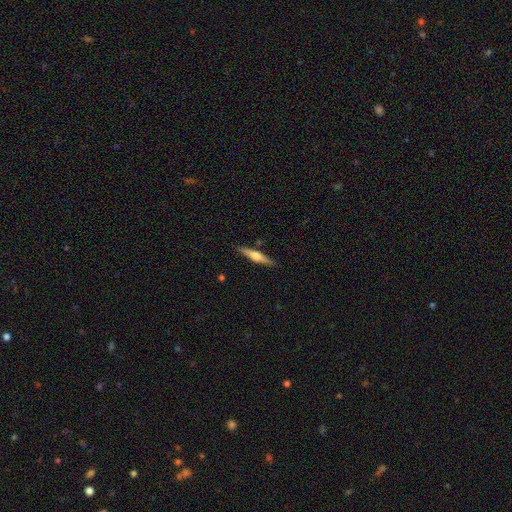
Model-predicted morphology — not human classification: featured or disk 54%, smooth 40%, star or artifact 6%. Down the decision tree: edge-on disk — yes (96%); edge-on bulge — rounded (86%); merging — none (88%).